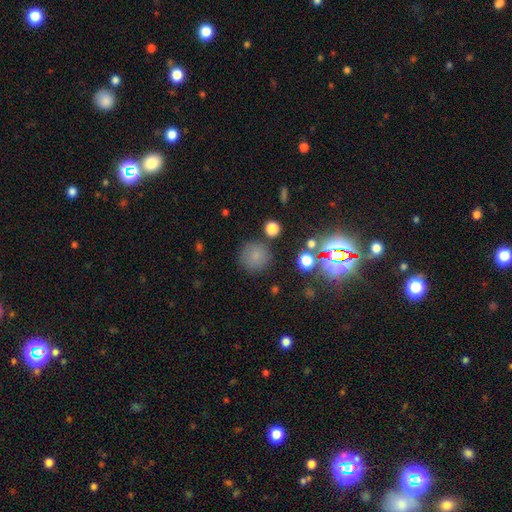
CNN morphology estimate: A smooth galaxy with no disk features (74%) that is round (93%). Merging: none (83%).